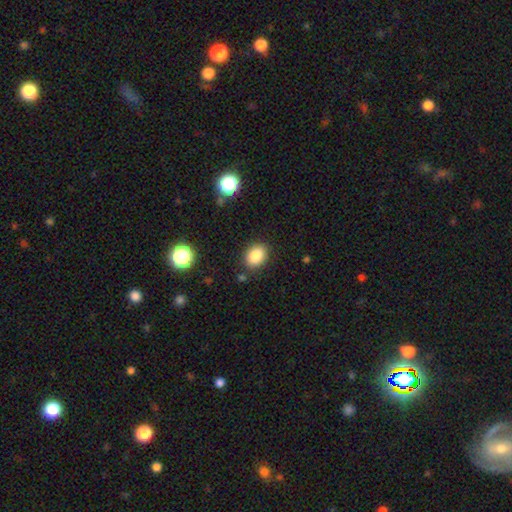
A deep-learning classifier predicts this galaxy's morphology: This appears to be a smooth galaxy with no disk features (86%) that is in between round and cigar-shaped (66%). Merging: none (85%).